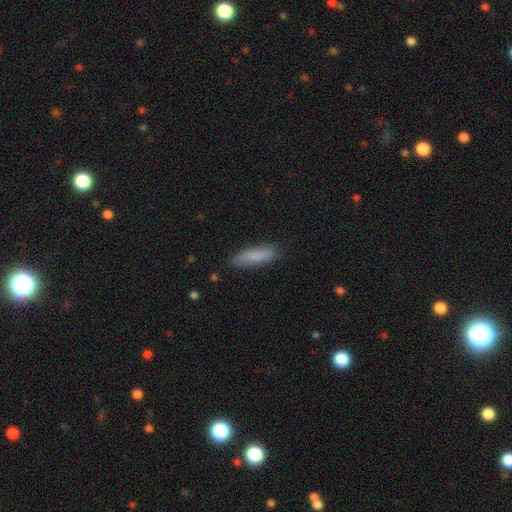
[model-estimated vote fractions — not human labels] A smooth galaxy with no disk features (84%) that is cigar-shaped (66%).

Vote fractions:
- Smooth or featured? smooth: 84% / featured or disk: 10% / star or artifact: 6%
- How rounded? cigar-shaped: 66% / in between: 33% / round: 1%
- Merging? none: 86% / minor disturbance: 11% / major disturbance: 2% / merger: 1%